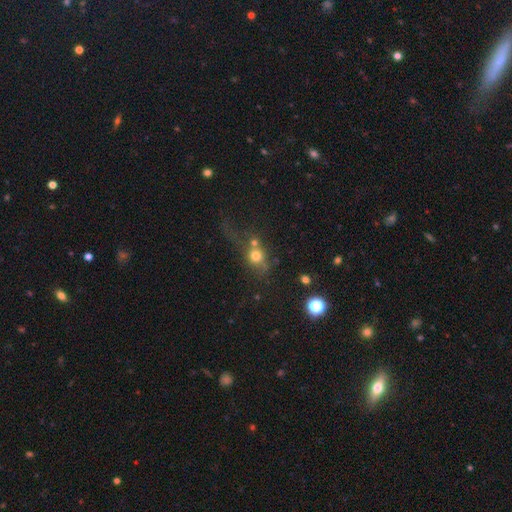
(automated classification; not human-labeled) Smooth or featured: smooth — 68% (featured or disk — 16%)
How rounded: round — 75% (in between — 23%)
Merging: none — 33% (merger — 31%)